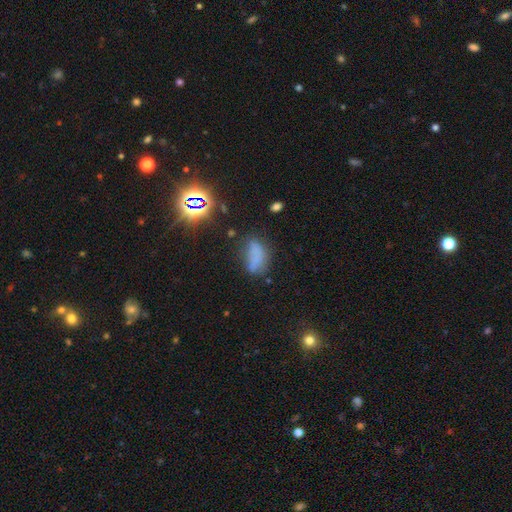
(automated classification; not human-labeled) smooth 62%, star or artifact 22%, featured or disk 17%. Down the decision tree: how rounded — in between (84%); merging — none (45%).